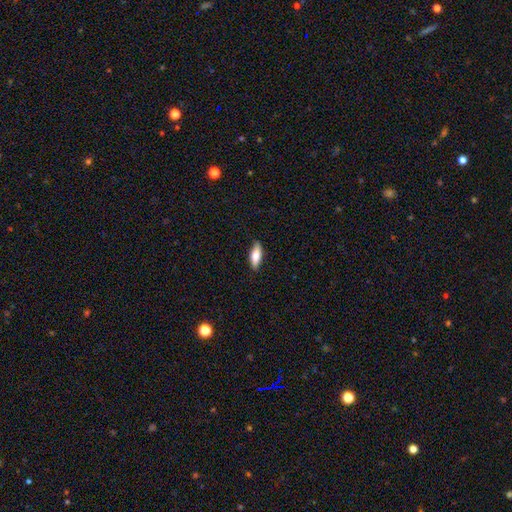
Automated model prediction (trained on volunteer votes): Smooth or featured? smooth (78%)
How rounded? in between (68%)
Merging? none (85%)